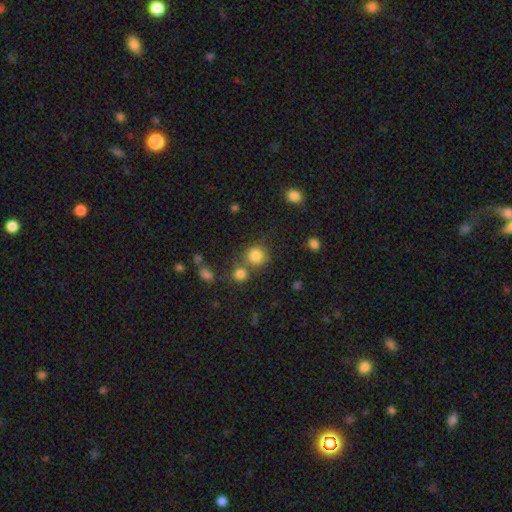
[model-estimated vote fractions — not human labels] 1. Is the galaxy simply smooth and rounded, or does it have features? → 82% smooth, 12% star or artifact, 6% featured or disk.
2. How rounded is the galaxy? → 89% round, 10% in between, 1% cigar-shaped.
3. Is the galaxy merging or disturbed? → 66% none, 21% merger, 9% minor disturbance, 4% major disturbance.